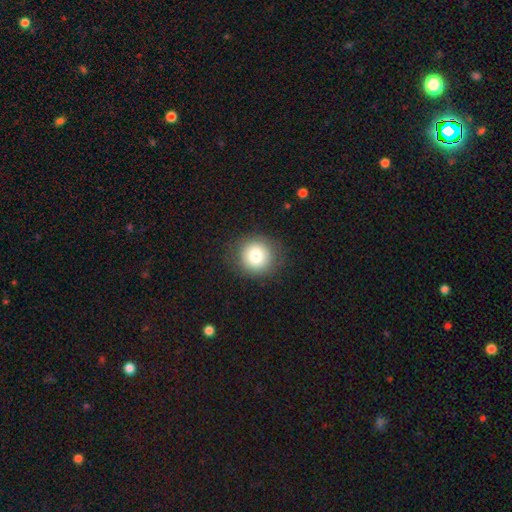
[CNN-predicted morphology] This appears to be a smooth galaxy with no disk features (79%) that is round (92%). Merging: none (87%).